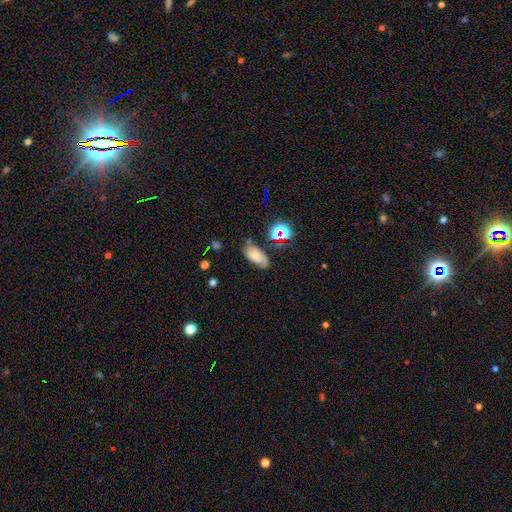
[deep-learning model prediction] Smooth or featured: smooth — 47% (featured or disk — 38%)
Merging: none — 63% (minor disturbance — 25%)